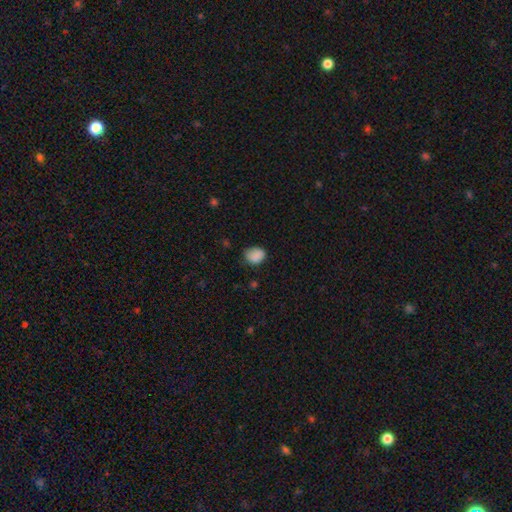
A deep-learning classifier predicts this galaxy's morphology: Smooth or featured: smooth — 86% (star or artifact — 9%)
How rounded: in between — 56% (round — 43%)
Merging: none — 60% (minor disturbance — 32%)